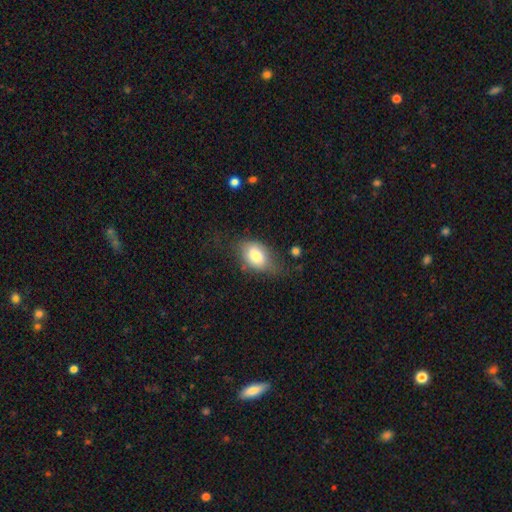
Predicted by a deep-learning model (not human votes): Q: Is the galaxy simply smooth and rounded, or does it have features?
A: smooth — 79%.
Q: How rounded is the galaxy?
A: in between — 85%.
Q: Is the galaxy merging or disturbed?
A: none — 51%.